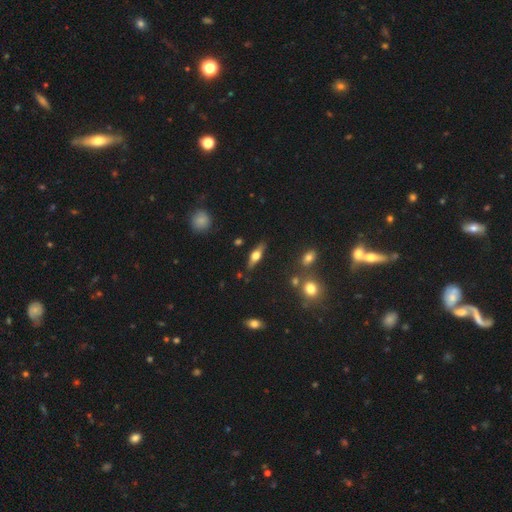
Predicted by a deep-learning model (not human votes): Morphology: type=featured or disk (61%); edge-on=yes (93%); edge-on bulge=rounded (93%); merging=none (84%).